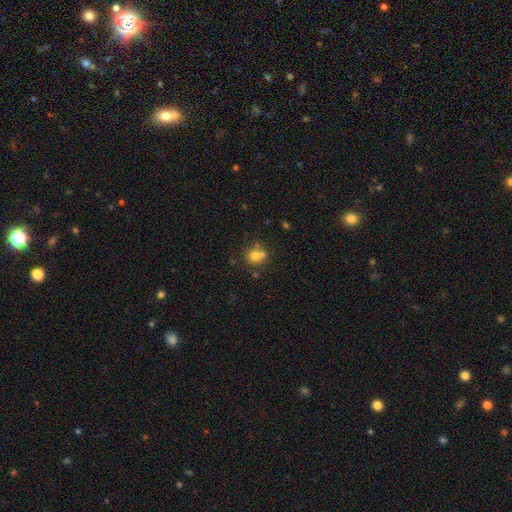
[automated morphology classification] smooth 73%, featured or disk 14%, star or artifact 13%. Down the decision tree: how rounded — round (82%); merging — none (52%).